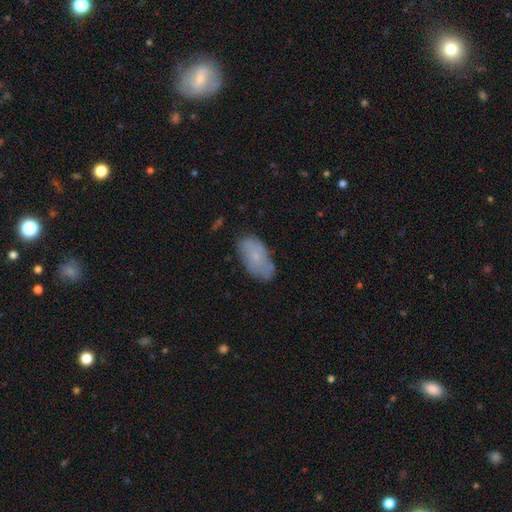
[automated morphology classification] smooth_or_featured: smooth (p=0.63) [alt: featured or disk p=0.30]
how_rounded: in between (p=0.93) [alt: round p=0.04]
merging: none (p=0.73) [alt: minor disturbance p=0.20]